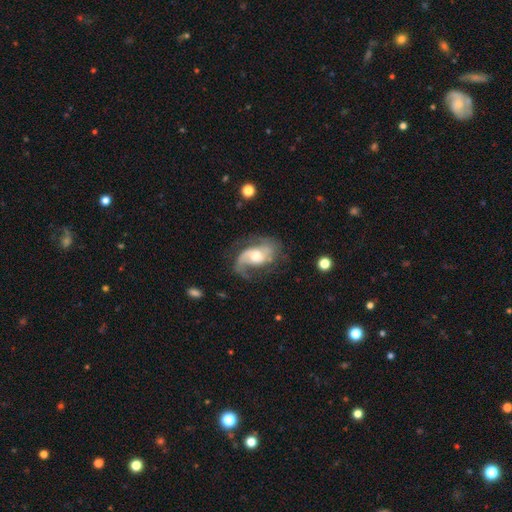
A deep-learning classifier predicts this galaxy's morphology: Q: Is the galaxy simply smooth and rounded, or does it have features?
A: featured or disk — 83%.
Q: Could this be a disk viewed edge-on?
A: no — 97%.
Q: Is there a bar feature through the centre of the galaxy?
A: no — 50%.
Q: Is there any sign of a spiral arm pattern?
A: yes — 94%.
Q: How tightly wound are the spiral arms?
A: medium — 44%.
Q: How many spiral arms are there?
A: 2 — 66%.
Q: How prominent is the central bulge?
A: moderate — 59%.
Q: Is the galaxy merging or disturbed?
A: none — 55%.